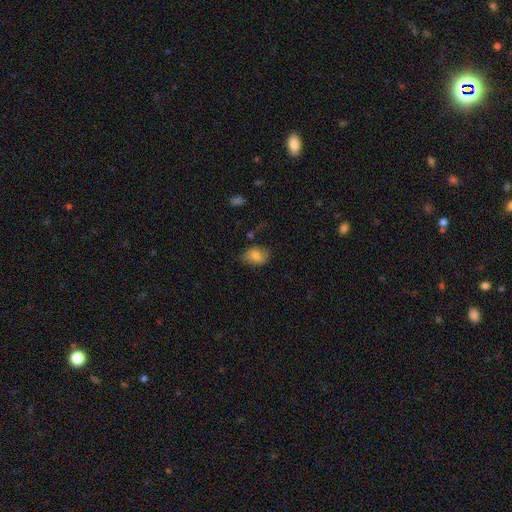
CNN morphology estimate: A smooth galaxy with no disk features (79%) that is in between round and cigar-shaped (76%). Merging: none (70%).